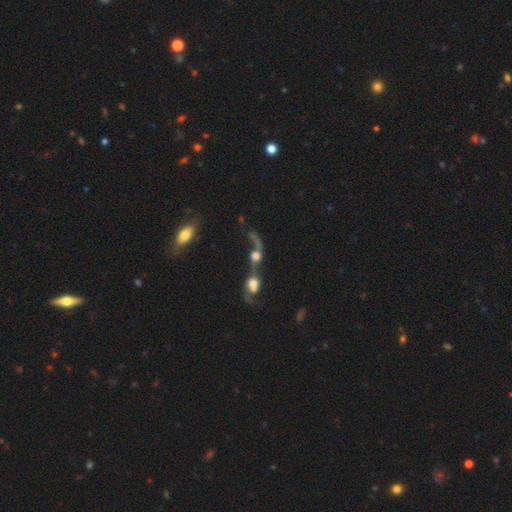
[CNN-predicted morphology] Smooth or featured: featured or disk — 48% (smooth — 37%)
Merging: merger — 81% (major disturbance — 8%)